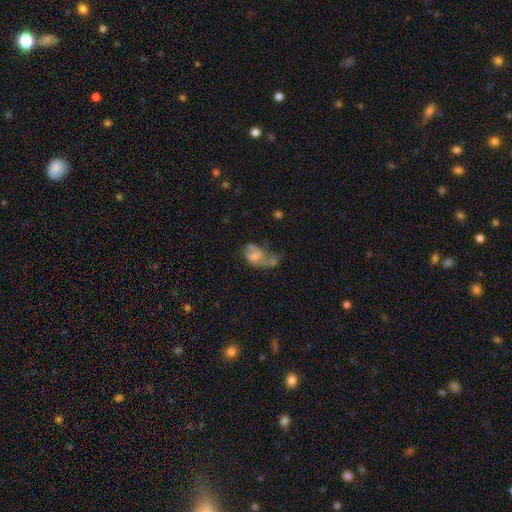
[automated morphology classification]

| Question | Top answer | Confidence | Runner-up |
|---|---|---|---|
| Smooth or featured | smooth | 48% | featured or disk (39%) |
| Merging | major disturbance | 45% | merger (22%) |